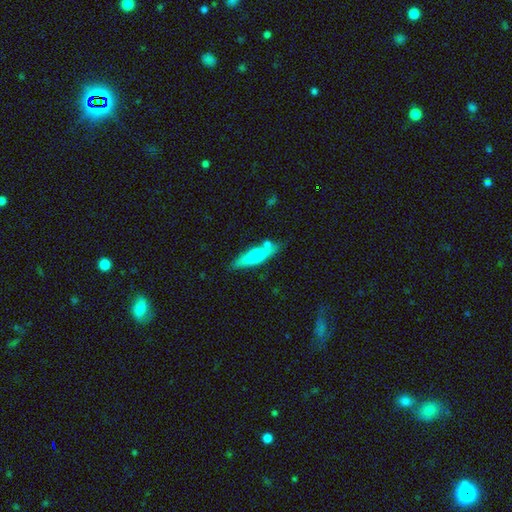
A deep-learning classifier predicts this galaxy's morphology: This is possibly a smooth galaxy (60%). How rounded: likely cigar-shaped (72%). Merging: likely none (71%).